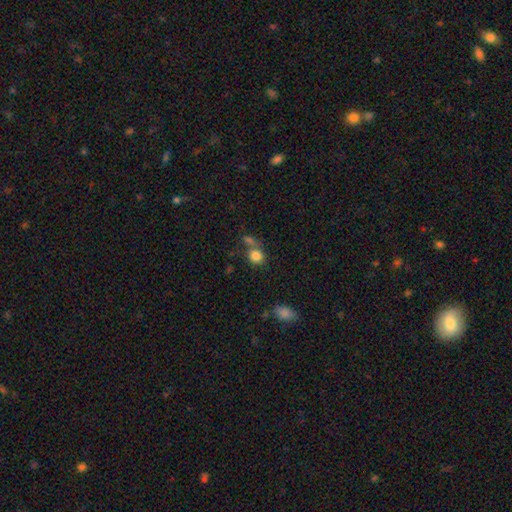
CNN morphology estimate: A smooth galaxy with no disk features (83%) that is round (76%). Merging: none (55%).